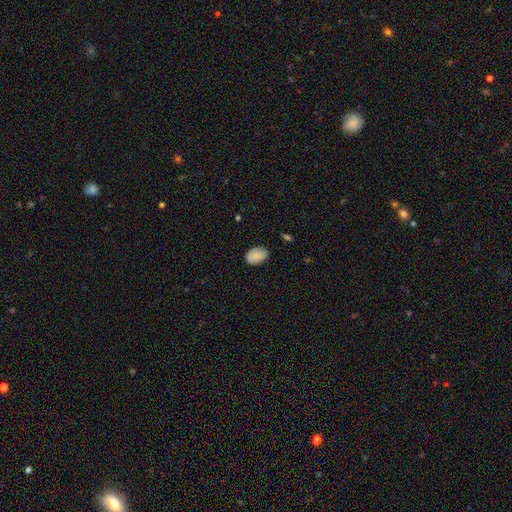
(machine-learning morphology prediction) This appears to be a smooth galaxy with no disk features (85%) that is in between round and cigar-shaped (86%). Merging: none (77%).